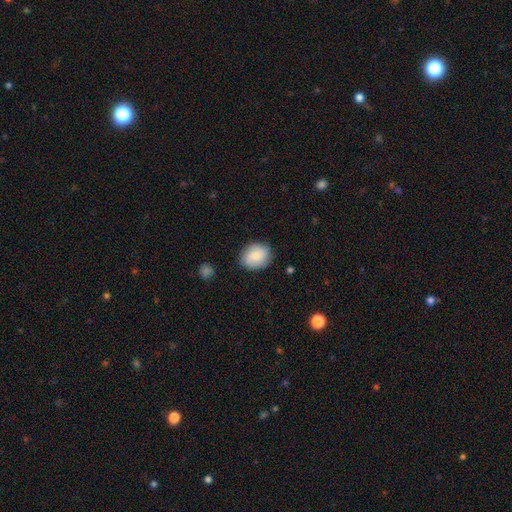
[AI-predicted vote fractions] A smooth galaxy with no disk features (74%) that is round (59%). Merging: none (82%).